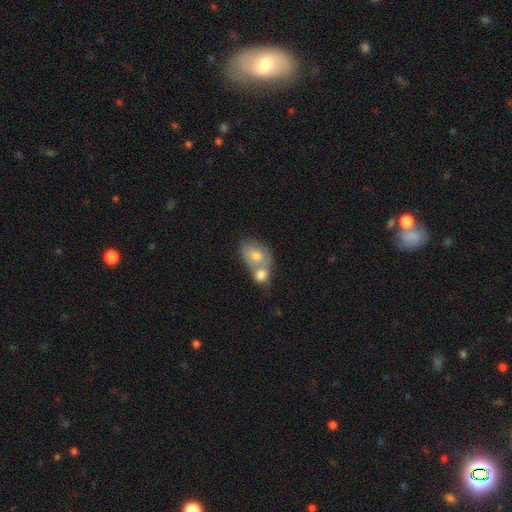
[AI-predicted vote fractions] smooth_or_featured: smooth (p=0.68) [alt: featured or disk p=0.25]
how_rounded: in between (p=0.70) [alt: round p=0.28]
merging: merger (p=0.68) [alt: none p=0.21]